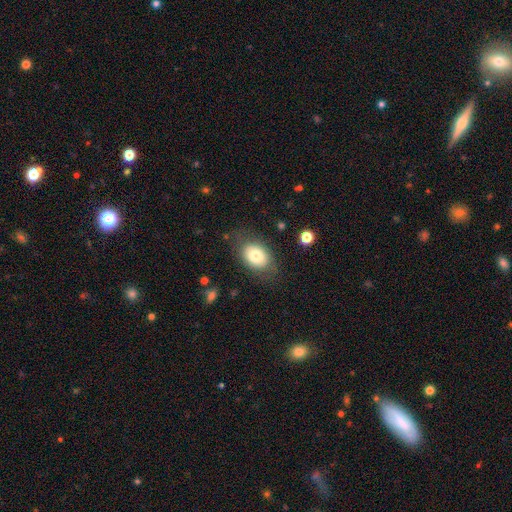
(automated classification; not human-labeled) smooth 76%, featured or disk 16%, star or artifact 8%. Down the decision tree: how rounded — in between (79%); merging — none (75%).